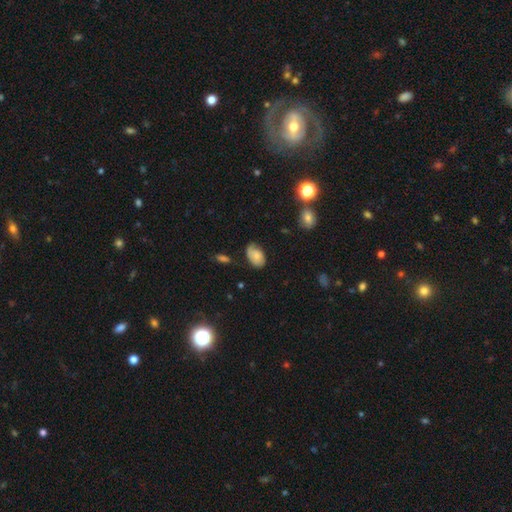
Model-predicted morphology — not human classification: smooth_or_featured: smooth (p=0.71) [alt: featured or disk p=0.20]
how_rounded: in between (p=0.89) [alt: round p=0.09]
merging: none (p=0.60) [alt: minor disturbance p=0.30]